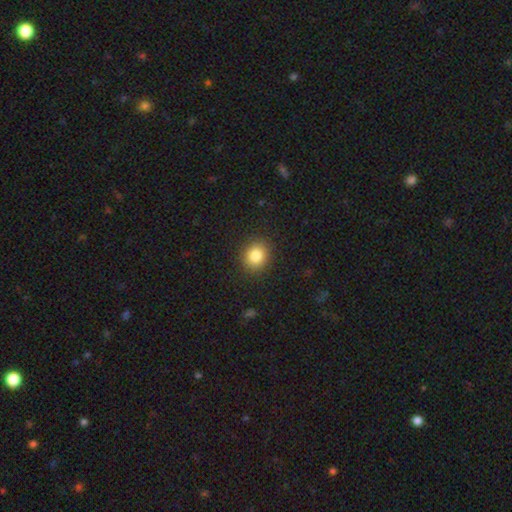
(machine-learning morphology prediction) smooth 85%, star or artifact 10%, featured or disk 5%. Down the decision tree: how rounded — round (77%); merging — none (89%).